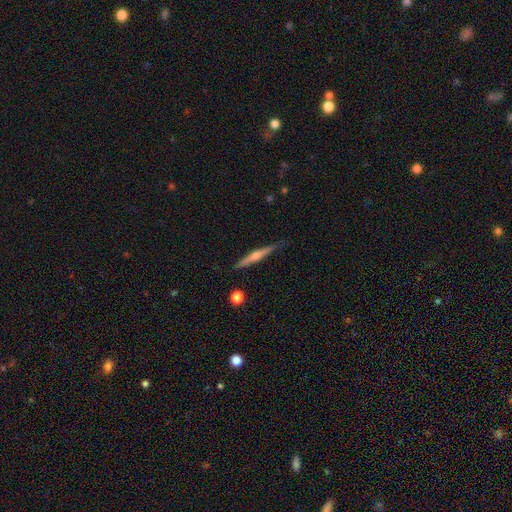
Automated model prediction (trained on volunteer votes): Morphology: type=featured or disk (68%); edge-on=yes (98%); edge-on bulge=rounded (83%); merging=none (85%).